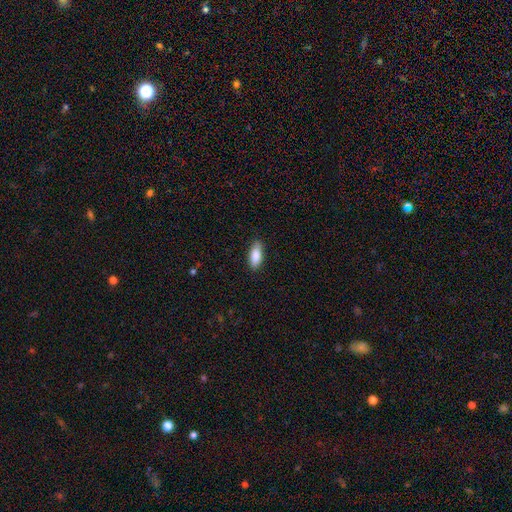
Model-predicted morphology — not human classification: type=smooth (88%); roundness=in between (80%); merging=none (86%).